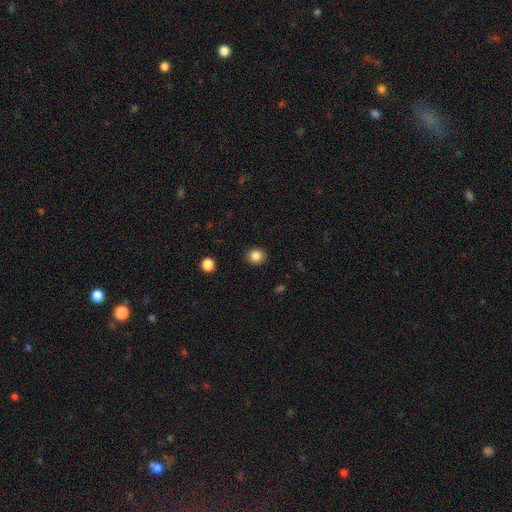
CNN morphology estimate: Smooth or featured?
  - smooth: 84% *
  - star or artifact: 11%
  - featured or disk: 5%
How rounded?
  - round: 88% *
  - in between: 11%
  - cigar-shaped: 1%
Merging?
  - none: 91% *
  - minor disturbance: 6%
  - major disturbance: 2%
  - merger: 1%